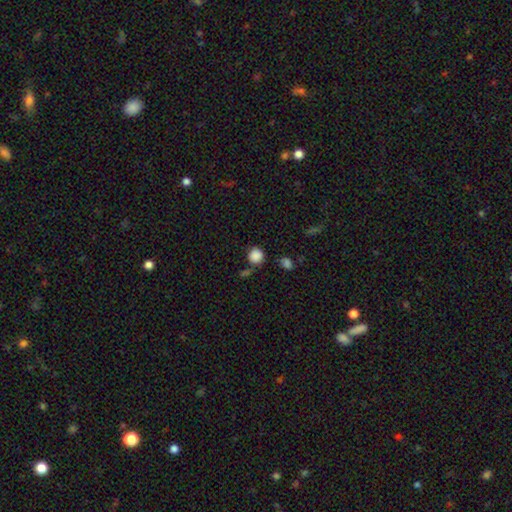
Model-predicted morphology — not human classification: Overall: smooth (86%). How rounded: round (89%). Merging: none (73%).